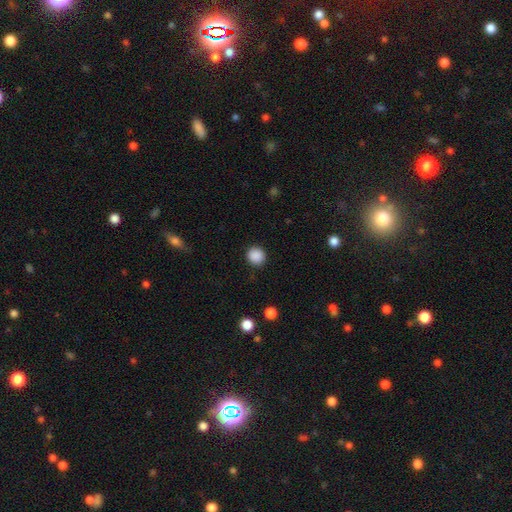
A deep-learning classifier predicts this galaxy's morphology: Overall: smooth (89%). How rounded: round (90%). Merging: none (90%).